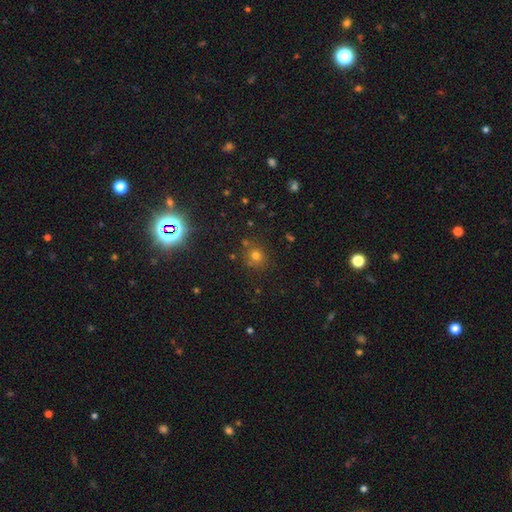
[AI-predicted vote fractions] This appears to be a smooth galaxy with no disk features (70%) that is round (85%). Merging: none (77%).